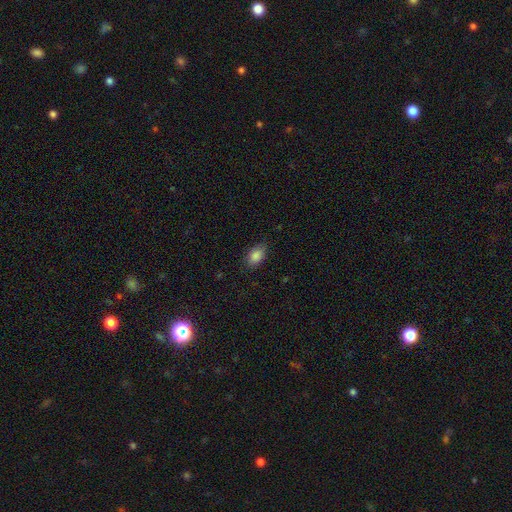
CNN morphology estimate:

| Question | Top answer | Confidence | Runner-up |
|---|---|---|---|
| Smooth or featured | smooth | 87% | star or artifact (8%) |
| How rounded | in between | 89% | round (9%) |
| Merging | none | 81% | minor disturbance (15%) |